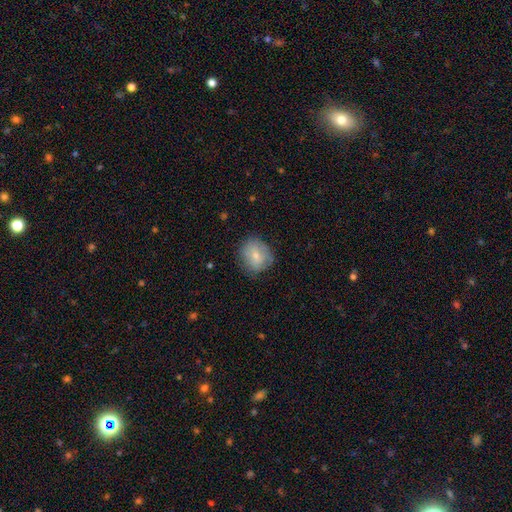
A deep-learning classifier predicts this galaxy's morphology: smooth 65%, featured or disk 27%, star or artifact 8%. Down the decision tree: how rounded — round (72%); merging — none (69%).